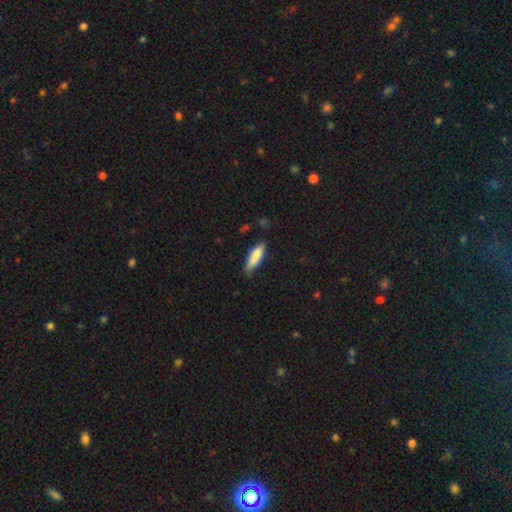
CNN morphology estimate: A smooth galaxy with no disk features (80%) that is in between round and cigar-shaped (52%).

Vote fractions:
- Smooth or featured? smooth: 80% / featured or disk: 14% / star or artifact: 6%
- How rounded? in between: 52% / cigar-shaped: 46% / round: 2%
- Merging? none: 62% / minor disturbance: 30% / major disturbance: 5% / merger: 2%